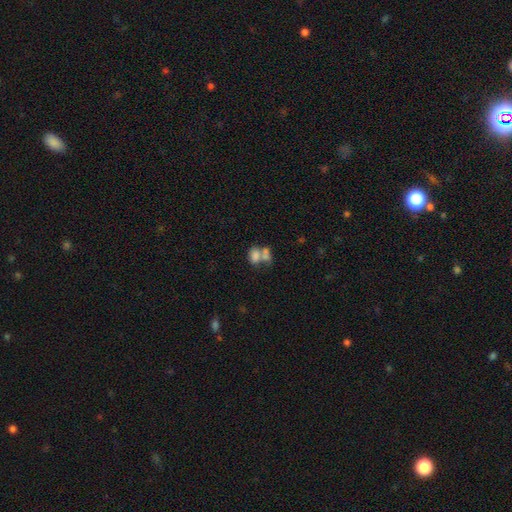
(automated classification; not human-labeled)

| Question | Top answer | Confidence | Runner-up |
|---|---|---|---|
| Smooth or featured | smooth | 71% | featured or disk (18%) |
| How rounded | in between | 76% | round (22%) |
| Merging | merger | 60% | none (24%) |